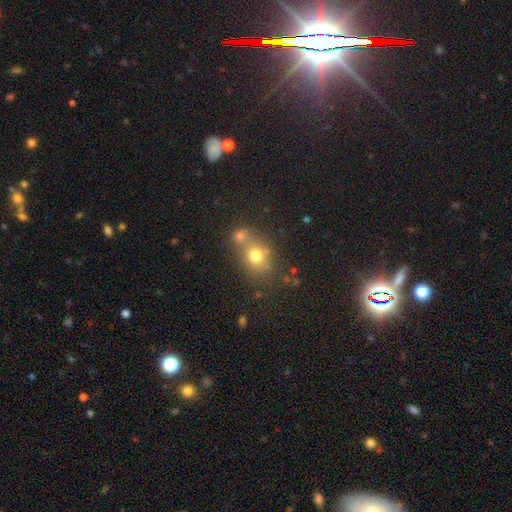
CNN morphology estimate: A smooth galaxy with no disk features (72%) that is round (61%).

Vote fractions:
- Smooth or featured? smooth: 72% / star or artifact: 14% / featured or disk: 13%
- How rounded? round: 61% / in between: 38% / cigar-shaped: 1%
- Merging? none: 44% / merger: 40% / minor disturbance: 11% / major disturbance: 4%